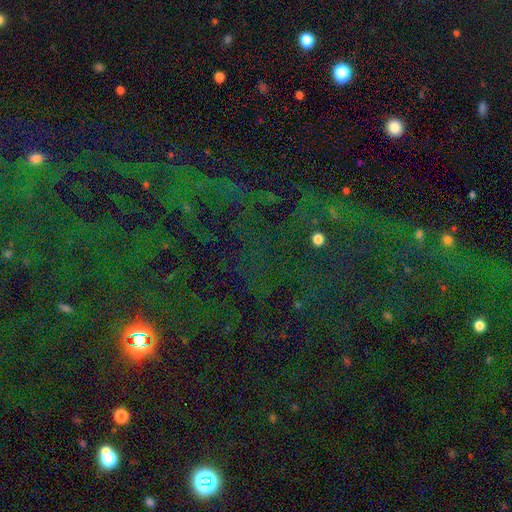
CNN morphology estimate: smooth-or-featured: star or artifact: 78% | smooth: 13% | featured or disk: 9%